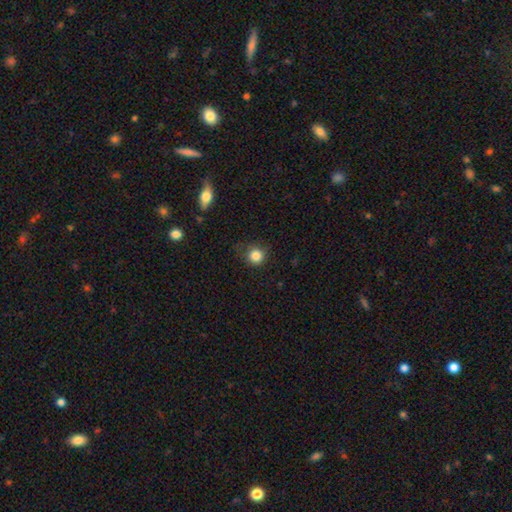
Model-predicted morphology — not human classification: This appears to be a smooth galaxy with no disk features (84%) that is round (91%). Merging: none (71%).